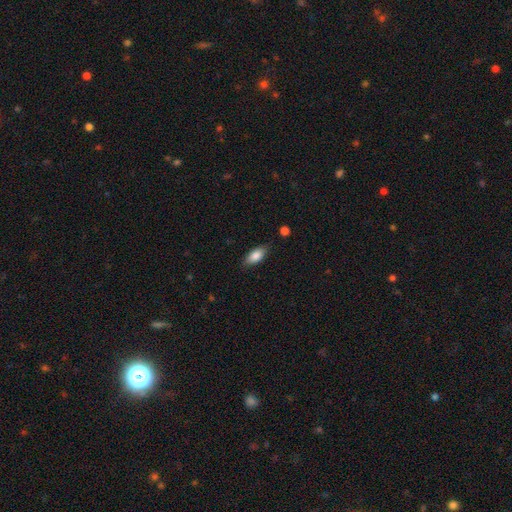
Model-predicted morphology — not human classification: A smooth galaxy with no disk features (84%) that is in between round and cigar-shaped (87%). Merging: none (84%).